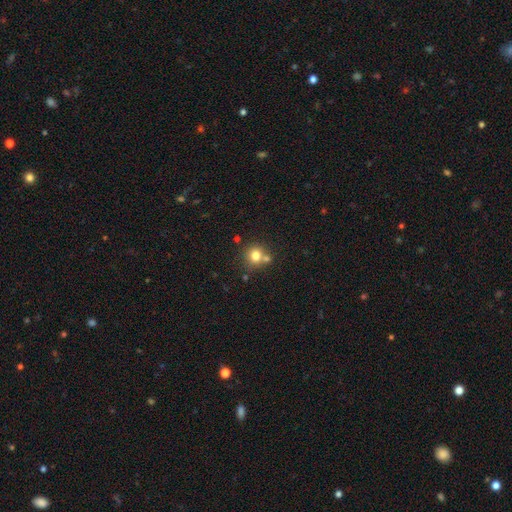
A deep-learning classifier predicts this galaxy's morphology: Smooth or featured? smooth (77%)
How rounded? round (87%)
Merging? none (62%)